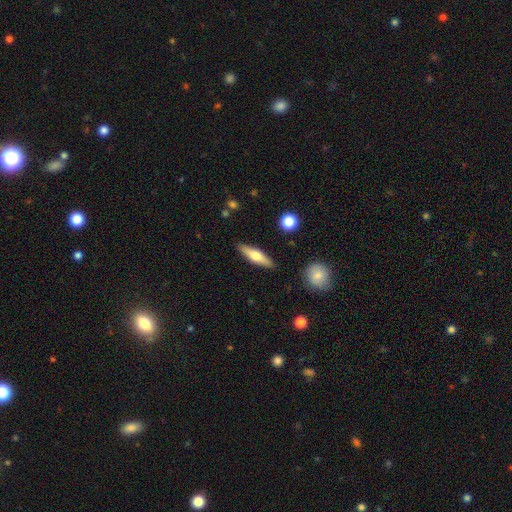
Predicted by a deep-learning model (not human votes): This appears to be a smooth galaxy with no disk features (55%) that is cigar-shaped (66%). Merging: none (87%).